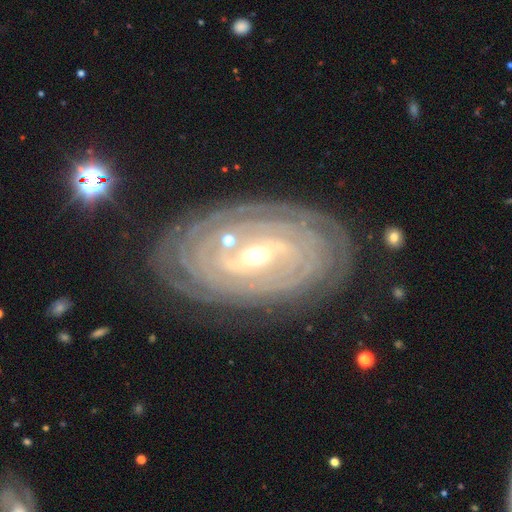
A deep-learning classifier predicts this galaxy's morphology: Smooth or featured: featured or disk — 89% (smooth — 6%)
Edge-on disk: no — 94% (yes — 6%)
Bar: weak — 39% (strong — 34%)
Spiral arms: yes — 96% (no — 4%)
Spiral winding: tight — 86% (medium — 11%)
Spiral arm count: can't tell — 31% (2 — 17%)
Bulge size: moderate — 59% (small — 36%)
Merging: none — 79% (minor disturbance — 14%)